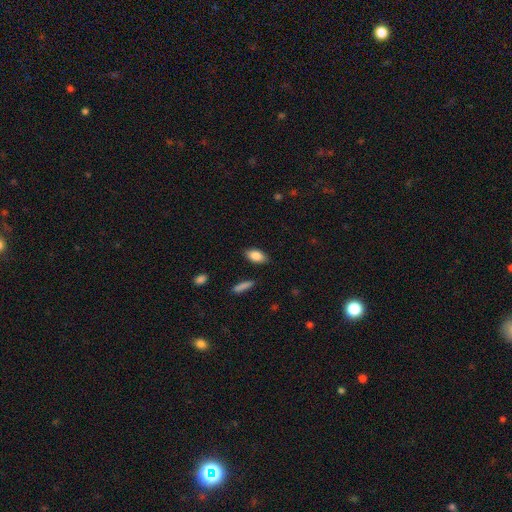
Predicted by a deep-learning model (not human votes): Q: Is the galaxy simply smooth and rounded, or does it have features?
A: smooth — 86%.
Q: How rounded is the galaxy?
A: in between — 90%.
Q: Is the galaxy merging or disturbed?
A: none — 86%.